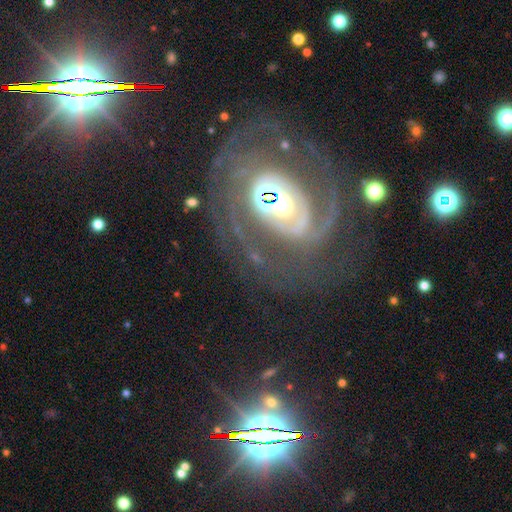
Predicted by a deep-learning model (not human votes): Morphology: type=featured or disk (81%); edge-on=no (96%); bar=no (40%); spiral arms=yes (85%); winding=tight (54%); arm count=2 (50%); bulge=moderate (52%); merging=none (70%).